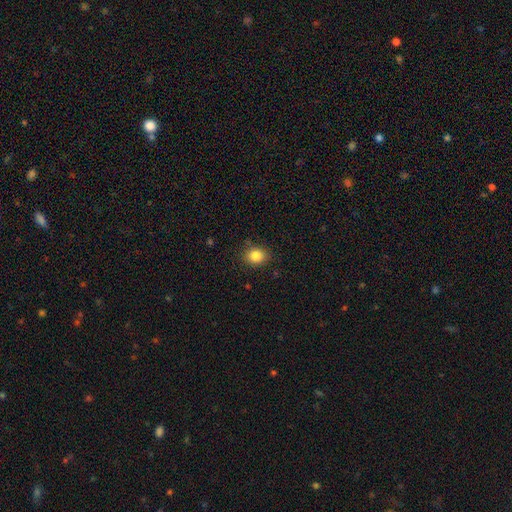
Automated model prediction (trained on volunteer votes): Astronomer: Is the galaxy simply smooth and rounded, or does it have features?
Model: smooth — 84%.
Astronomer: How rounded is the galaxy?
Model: round — 56% (runner-up: in between, 43%).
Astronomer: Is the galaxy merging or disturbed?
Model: none — 86%.